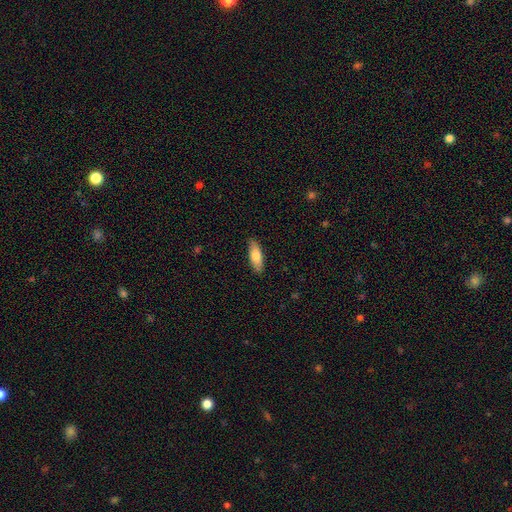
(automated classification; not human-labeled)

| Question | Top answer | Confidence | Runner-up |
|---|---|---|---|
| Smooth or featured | smooth | 76% | featured or disk (18%) |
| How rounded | in between | 60% | cigar-shaped (38%) |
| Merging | none | 88% | minor disturbance (9%) |